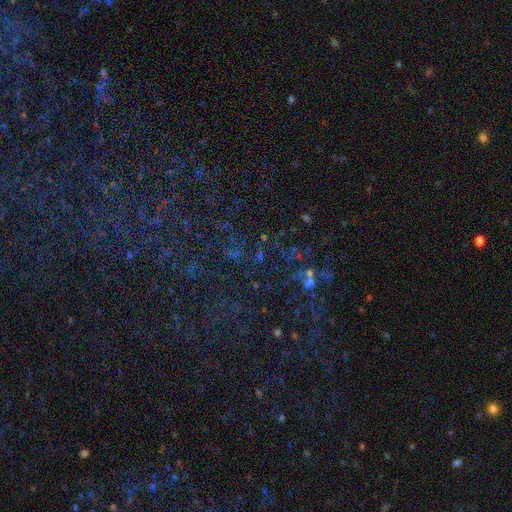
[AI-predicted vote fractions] Overall: star or artifact (79%).